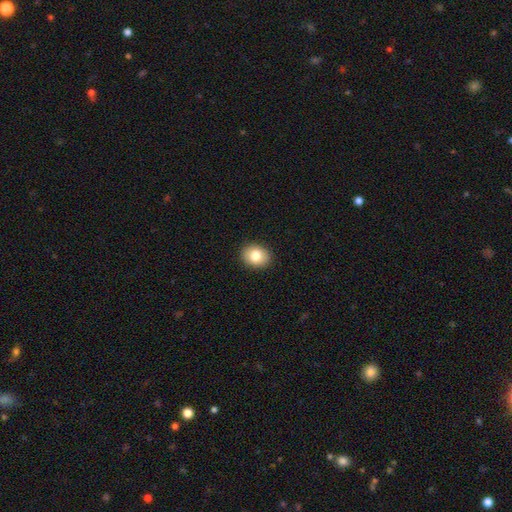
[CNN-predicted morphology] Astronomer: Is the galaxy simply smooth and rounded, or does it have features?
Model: smooth — 82%.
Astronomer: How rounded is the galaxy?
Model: round — 50% (runner-up: in between, 49%).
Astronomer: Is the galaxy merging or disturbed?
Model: none — 91%.